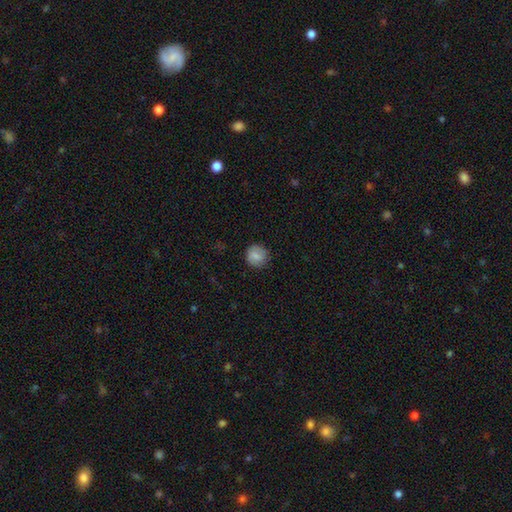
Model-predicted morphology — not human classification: The model was most divided on "smooth or featured": smooth: 81%, featured or disk: 11%, star or artifact: 8%. More confident: how rounded — round (91%); merging — none (85%).